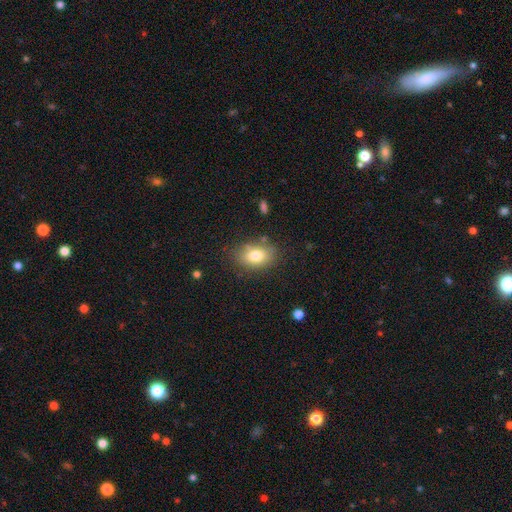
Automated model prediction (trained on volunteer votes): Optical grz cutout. It shows a smooth galaxy with no disk features (78%) that is in between round and cigar-shaped (82%). Merging: none (80%).